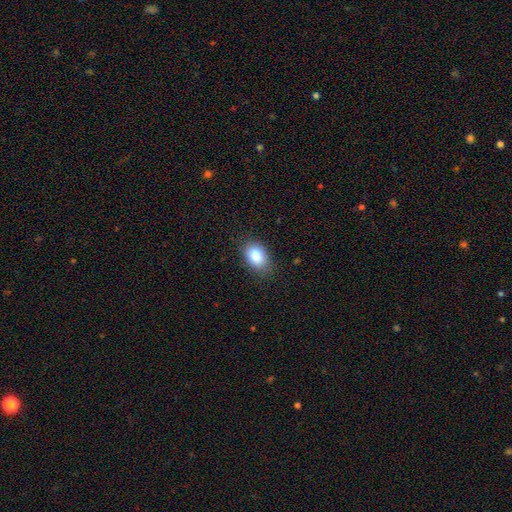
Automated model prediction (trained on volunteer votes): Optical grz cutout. It shows a smooth galaxy with no disk features (87%) that is in between round and cigar-shaped (84%). Merging: none (80%).